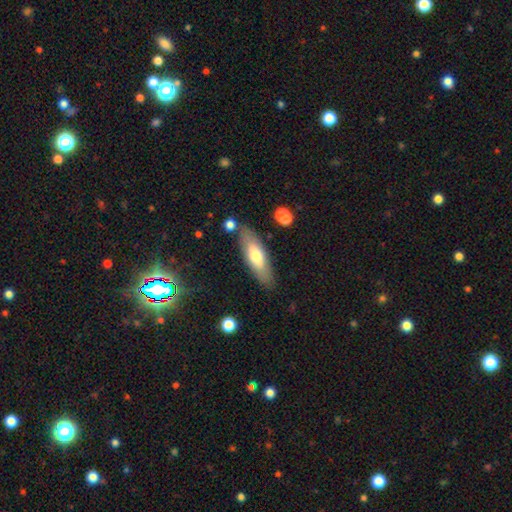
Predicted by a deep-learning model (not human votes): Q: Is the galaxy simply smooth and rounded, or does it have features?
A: smooth — 60%.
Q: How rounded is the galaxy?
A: in between — 54%.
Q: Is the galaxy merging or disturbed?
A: none — 79%.